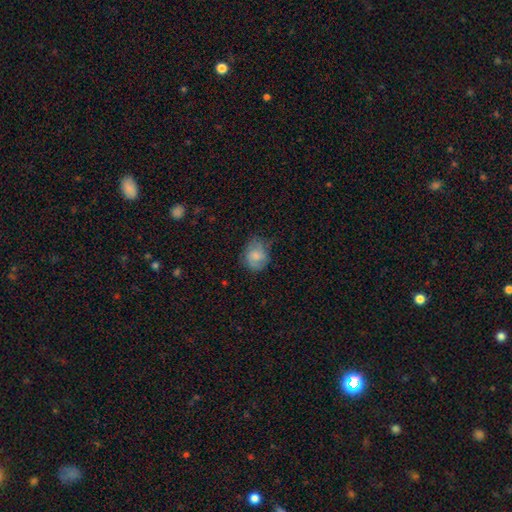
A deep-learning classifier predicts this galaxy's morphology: This is likely a smooth galaxy (68%). How rounded: likely round (62%). Merging: possibly none (53%).